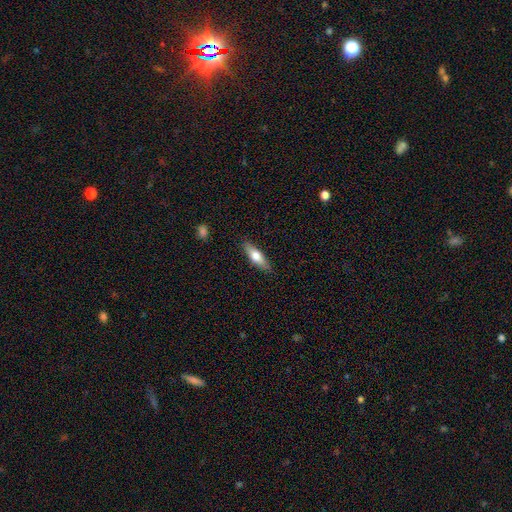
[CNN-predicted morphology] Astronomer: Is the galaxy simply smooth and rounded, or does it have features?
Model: smooth — 62%.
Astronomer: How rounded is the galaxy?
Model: cigar-shaped — 52% (runner-up: in between, 45%).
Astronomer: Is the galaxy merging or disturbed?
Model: none — 87%.